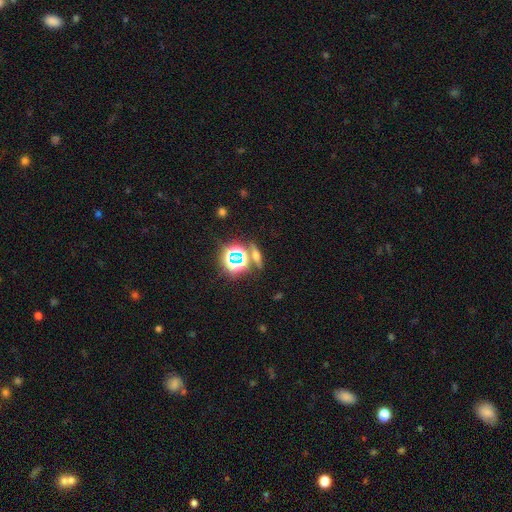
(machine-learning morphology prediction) star or artifact 38%, smooth 33%, featured or disk 29%.